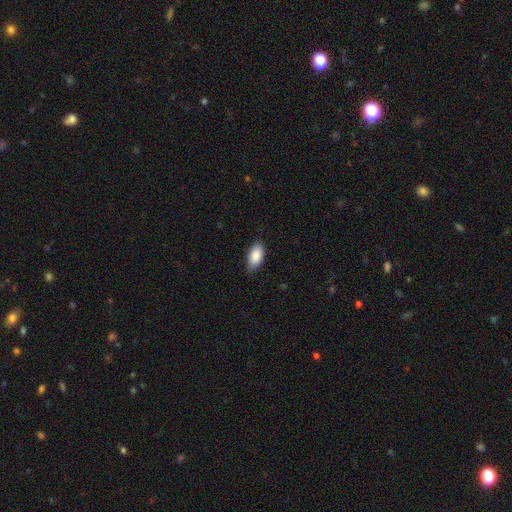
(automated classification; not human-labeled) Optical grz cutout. It shows a smooth galaxy with no disk features (87%) that is in between round and cigar-shaped (93%). Merging: none (81%).